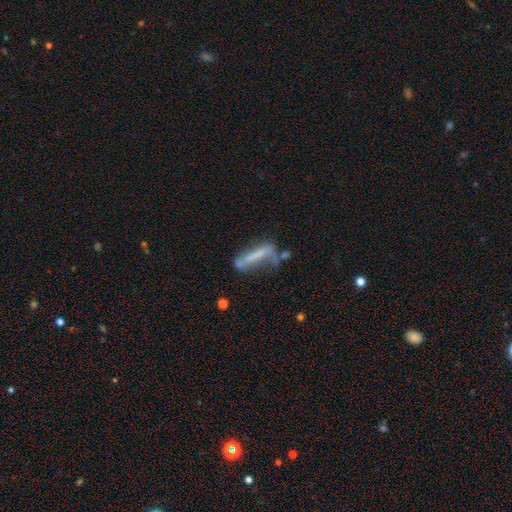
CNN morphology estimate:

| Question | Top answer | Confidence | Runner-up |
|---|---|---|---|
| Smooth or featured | smooth | 45% | featured or disk (44%) |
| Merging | none | 31% | major disturbance (26%) |